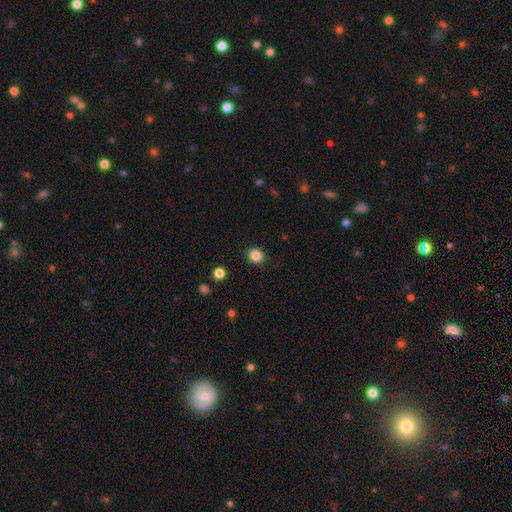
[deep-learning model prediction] Q: Smooth or featured?
A: smooth (85%); runner-up: star or artifact (11%)
Q: How rounded?
A: round (92%); runner-up: in between (7%)
Q: Merging?
A: none (91%); runner-up: minor disturbance (6%)